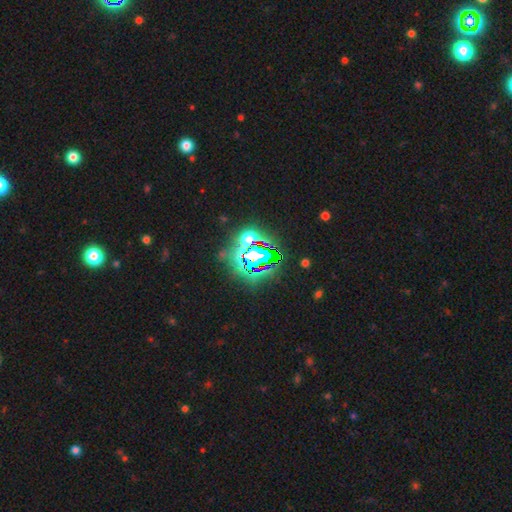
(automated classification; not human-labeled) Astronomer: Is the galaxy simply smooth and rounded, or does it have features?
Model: star or artifact — 76%.